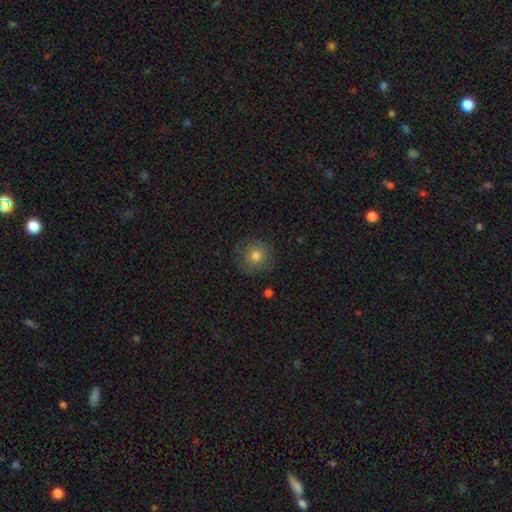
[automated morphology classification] A smooth galaxy with no disk features (76%) that is round (92%).

Vote fractions:
- Smooth or featured? smooth: 76% / featured or disk: 13% / star or artifact: 12%
- How rounded? round: 92% / in between: 7% / cigar-shaped: 1%
- Merging? none: 83% / minor disturbance: 12% / major disturbance: 4% / merger: 1%